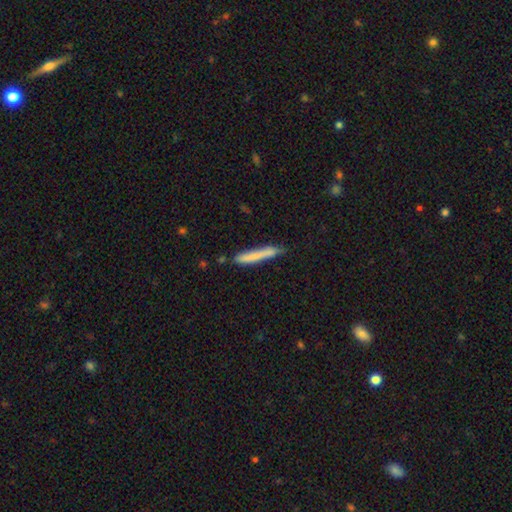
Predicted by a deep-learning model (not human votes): Smooth or featured?
  - smooth: 73% *
  - featured or disk: 21%
  - star or artifact: 6%
How rounded?
  - cigar-shaped: 96% *
  - in between: 3%
  - round: 1%
Merging?
  - none: 75% *
  - minor disturbance: 18%
  - merger: 3%
  - major disturbance: 3%